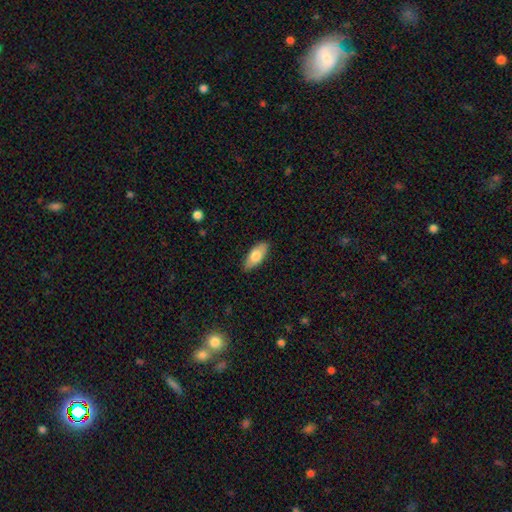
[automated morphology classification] smooth 74%, featured or disk 20%, star or artifact 6%. Down the decision tree: how rounded — in between (84%); merging — none (86%).